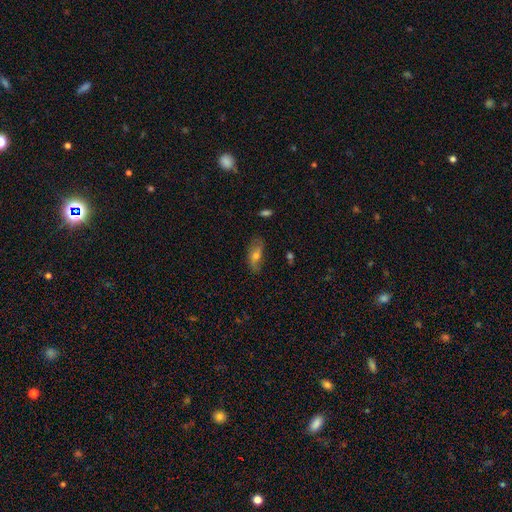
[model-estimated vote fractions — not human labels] This appears to be a smooth galaxy with no disk features (53%) that is in between round and cigar-shaped (76%). Merging: none (70%).